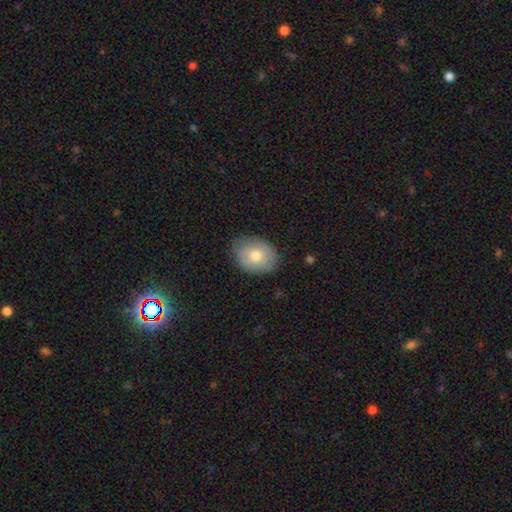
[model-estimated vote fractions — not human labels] This appears to be a smooth galaxy with no disk features (71%) that is in between round and cigar-shaped (63%). Merging: none (78%).